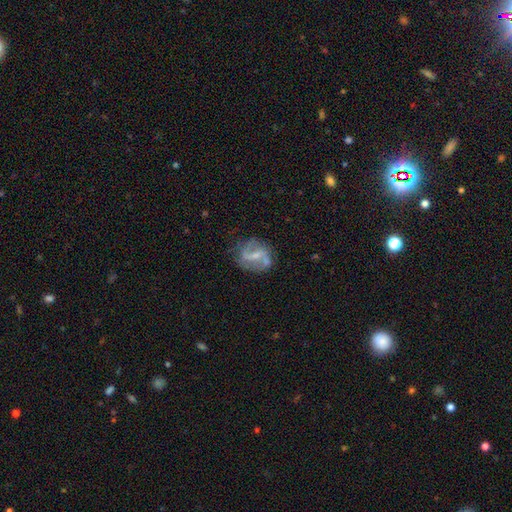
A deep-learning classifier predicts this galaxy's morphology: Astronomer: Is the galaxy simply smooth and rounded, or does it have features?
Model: featured or disk — 79%.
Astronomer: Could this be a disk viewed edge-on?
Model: no — 97%.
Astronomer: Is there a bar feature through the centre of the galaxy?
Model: weak — 45% (runner-up: strong, 37%).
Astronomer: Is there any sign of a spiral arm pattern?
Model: yes — 87%.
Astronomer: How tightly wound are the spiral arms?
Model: loose — 48% (runner-up: medium, 39%).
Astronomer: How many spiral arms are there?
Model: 2 — 86%.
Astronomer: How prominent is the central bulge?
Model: small — 54% (runner-up: moderate, 31%).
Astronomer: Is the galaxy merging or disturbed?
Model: none — 65%.